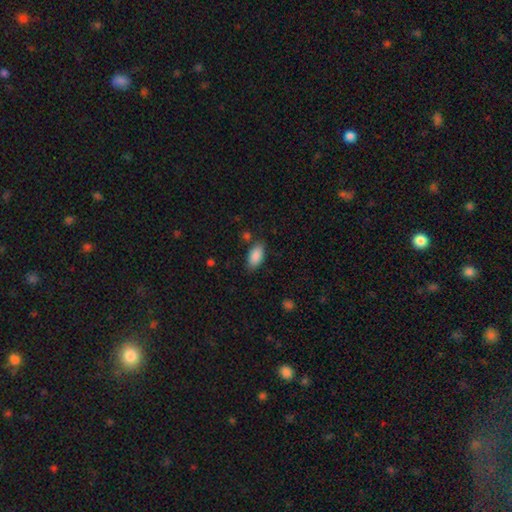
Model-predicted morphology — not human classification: smooth-or-featured: smooth: 89% | star or artifact: 7% | featured or disk: 4%
  how-rounded: in between: 92% | cigar-shaped: 6% | round: 3%
  merging: none: 80% | minor disturbance: 14% | major disturbance: 4% | merger: 3%